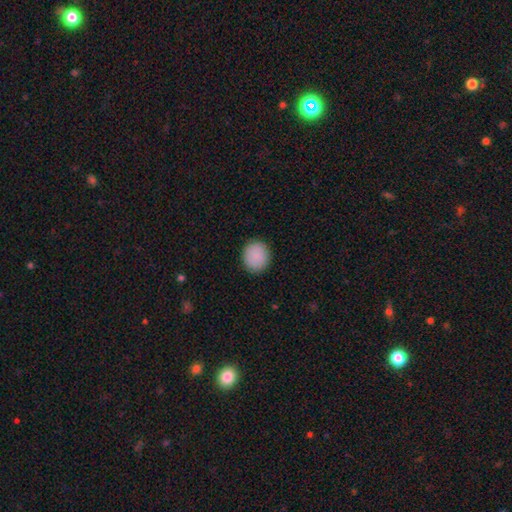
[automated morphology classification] Smooth or featured? smooth (89%)
How rounded? round (78%)
Merging? none (90%)